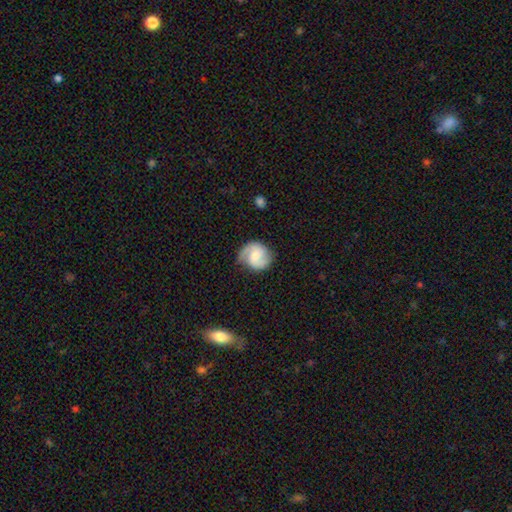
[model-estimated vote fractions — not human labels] The model was most divided on "bar": no: 51%, weak: 41%, strong: 8%. Remaining: edge-on disk — no (98%); spiral arms — yes (95%); spiral arm count — 2 (86%); merging — none (77%); smooth or featured — featured or disk (73%); bulge size — moderate (50%); spiral winding — medium (49%).